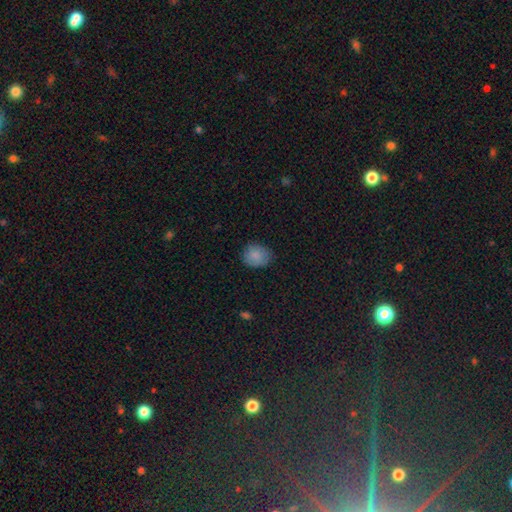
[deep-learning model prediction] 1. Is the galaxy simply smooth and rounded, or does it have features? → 86% smooth, 8% star or artifact, 7% featured or disk.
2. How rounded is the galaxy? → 66% round, 33% in between, 1% cigar-shaped.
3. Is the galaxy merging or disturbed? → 80% none, 16% minor disturbance, 3% major disturbance, 1% merger.